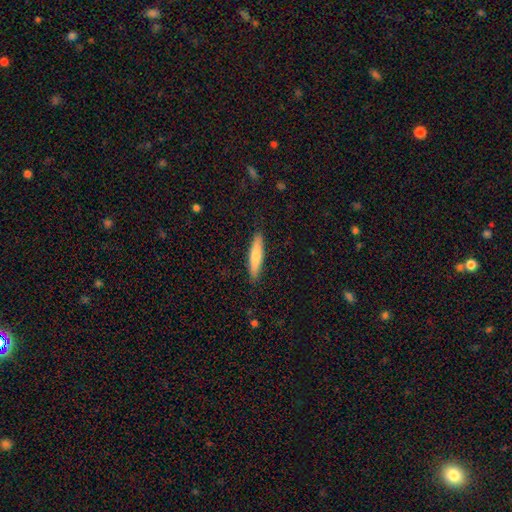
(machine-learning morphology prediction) Smooth or featured? smooth (71%)
How rounded? cigar-shaped (85%)
Merging? none (89%)